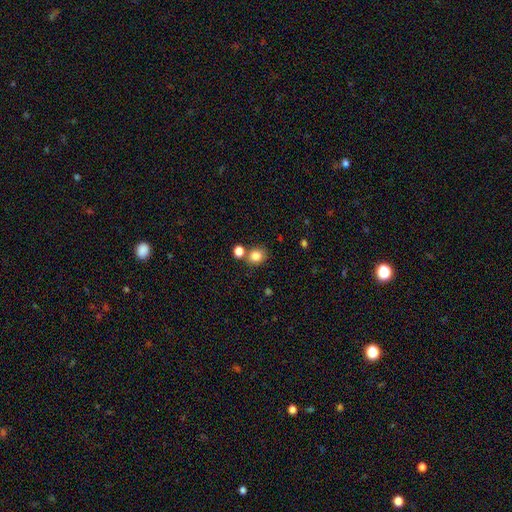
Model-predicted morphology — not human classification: Smooth or featured? Predicted: smooth (p=0.83). How rounded? Predicted: round (p=0.71). Merging? Predicted: none (p=0.69).